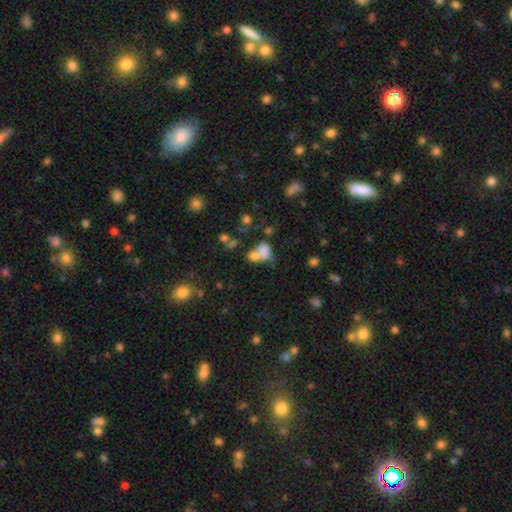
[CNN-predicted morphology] smooth 70%, star or artifact 15%, featured or disk 15%. Down the decision tree: how rounded — in between (65%); merging — merger (62%).